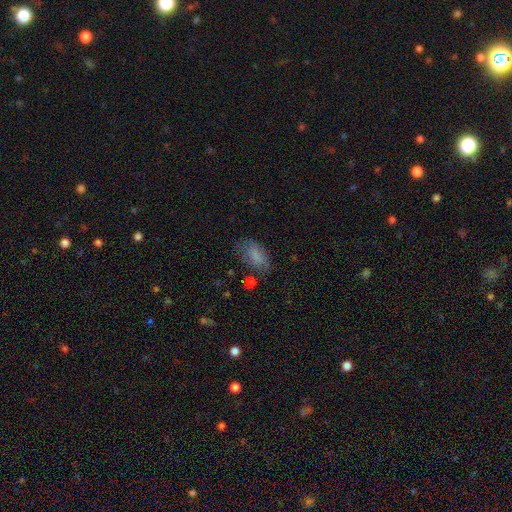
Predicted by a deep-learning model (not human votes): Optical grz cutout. It shows a smooth galaxy with no disk features (77%) that is in between round and cigar-shaped (91%). Merging: none (56%).